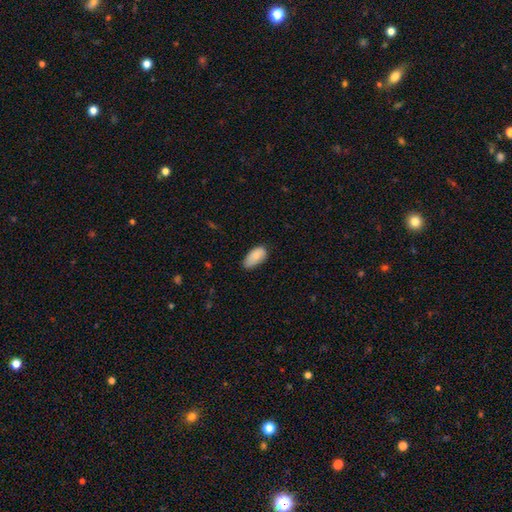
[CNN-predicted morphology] This is clearly a smooth galaxy (84%). How rounded: clearly in between (94%). Merging: possibly none (60%).